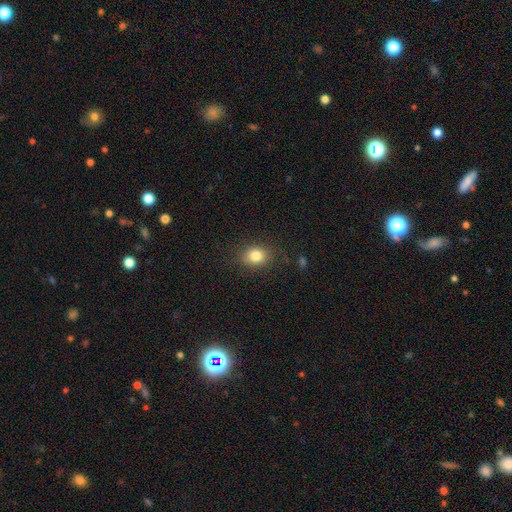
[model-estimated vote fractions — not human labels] Smooth or featured: smooth — 82% (star or artifact — 11%)
How rounded: in between — 53% (round — 46%)
Merging: none — 83% (minor disturbance — 12%)